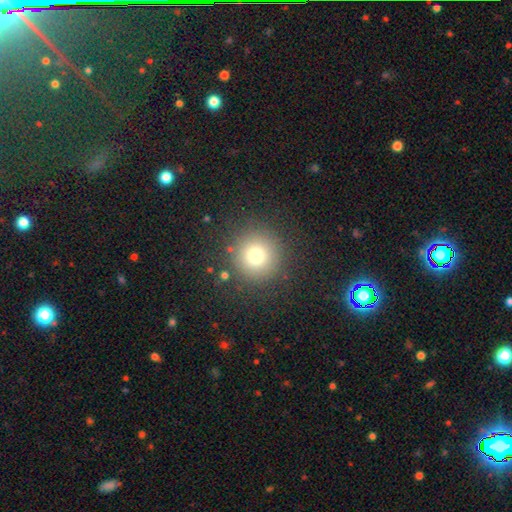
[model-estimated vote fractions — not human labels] The model was most divided on "smooth or featured": smooth: 74%, star or artifact: 16%, featured or disk: 10%. More confident: how rounded — round (96%); merging — none (88%).